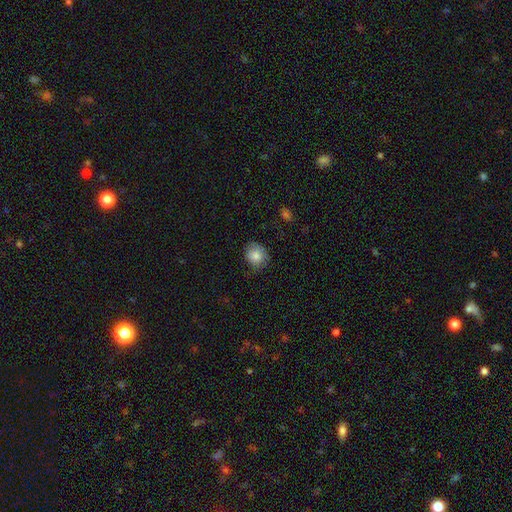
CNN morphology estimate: Smooth or featured: smooth — 82% (featured or disk — 10%)
How rounded: round — 71% (in between — 28%)
Merging: none — 69% (minor disturbance — 24%)